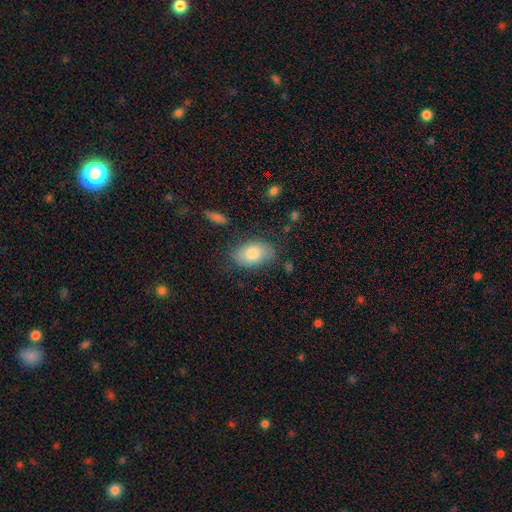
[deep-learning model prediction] Smooth or featured?
  - smooth: 82% *
  - featured or disk: 12%
  - star or artifact: 6%
How rounded?
  - in between: 89% *
  - round: 9%
  - cigar-shaped: 1%
Merging?
  - none: 74% *
  - minor disturbance: 18%
  - major disturbance: 6%
  - merger: 3%